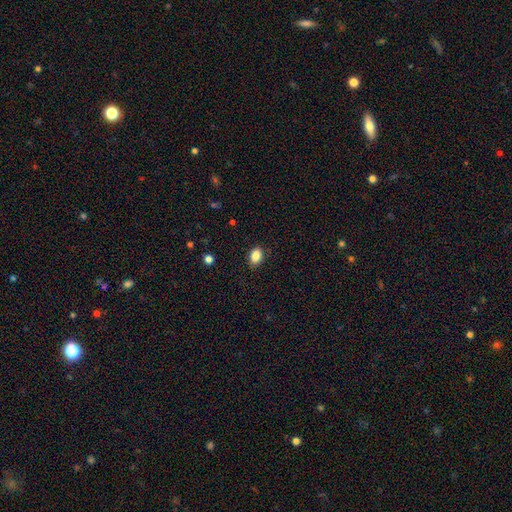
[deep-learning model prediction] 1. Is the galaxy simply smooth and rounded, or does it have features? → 87% smooth, 9% star or artifact, 4% featured or disk.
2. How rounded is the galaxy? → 83% in between, 16% round, 1% cigar-shaped.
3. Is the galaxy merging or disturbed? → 87% none, 10% minor disturbance, 2% major disturbance, 1% merger.